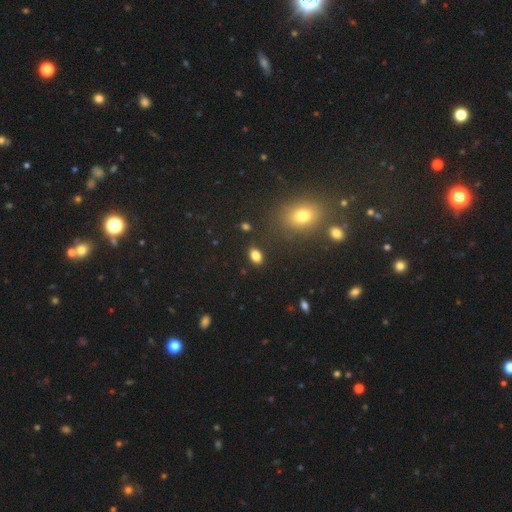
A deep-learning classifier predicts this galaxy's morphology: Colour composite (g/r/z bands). It shows a smooth galaxy with no disk features (83%) that is in between round and cigar-shaped (86%). Merging: none (86%).